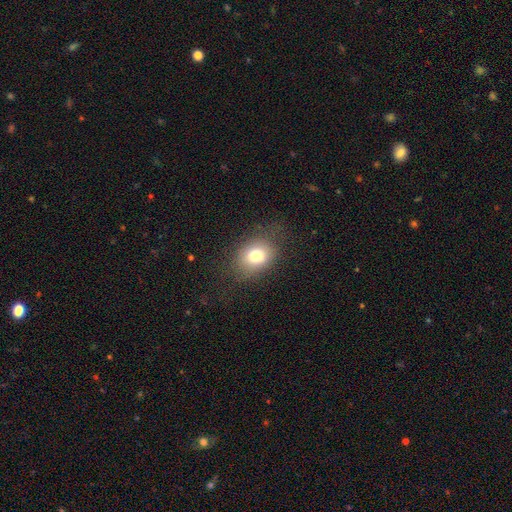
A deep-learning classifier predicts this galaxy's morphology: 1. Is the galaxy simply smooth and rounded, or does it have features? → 76% smooth, 12% featured or disk, 12% star or artifact.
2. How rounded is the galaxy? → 60% in between, 39% round, 1% cigar-shaped.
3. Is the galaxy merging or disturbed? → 73% none, 17% minor disturbance, 9% major disturbance, 1% merger.